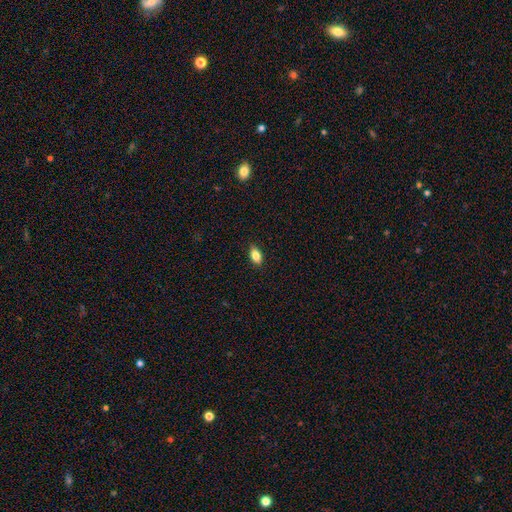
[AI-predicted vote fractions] Q: Smooth or featured?
A: smooth (83%); runner-up: featured or disk (8%)
Q: How rounded?
A: in between (88%); runner-up: round (6%)
Q: Merging?
A: none (88%); runner-up: minor disturbance (9%)